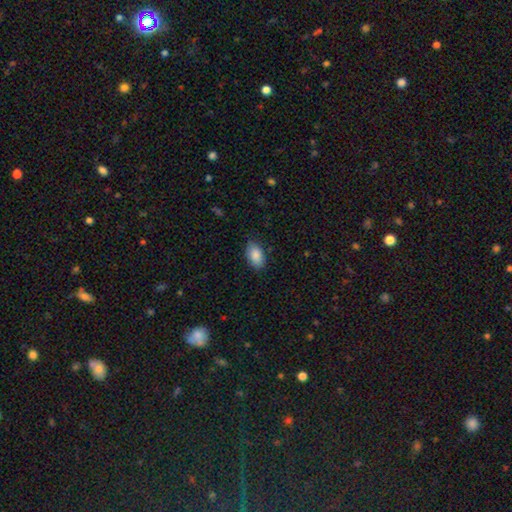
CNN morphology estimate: This appears to be a smooth galaxy with no disk features (88%) that is in between round and cigar-shaped (93%). Merging: none (83%).